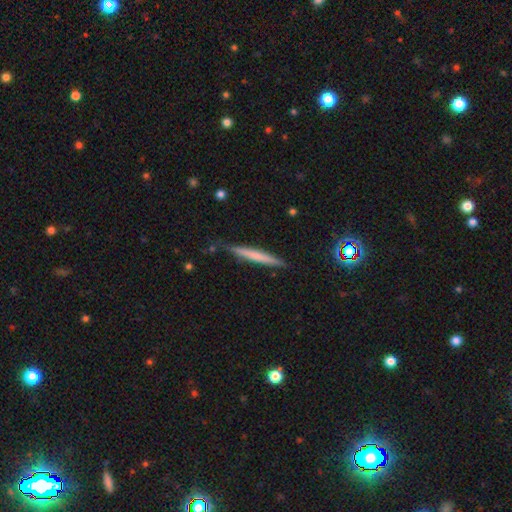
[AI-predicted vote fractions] Q: Smooth or featured?
A: smooth (59%); runner-up: featured or disk (34%)
Q: How rounded?
A: cigar-shaped (96%); runner-up: in between (3%)
Q: Merging?
A: none (84%); runner-up: minor disturbance (12%)